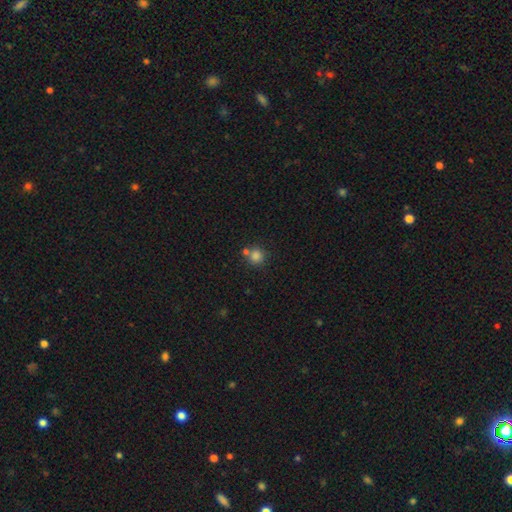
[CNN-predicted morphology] type=smooth (82%); roundness=round (90%); merging=none (66%).